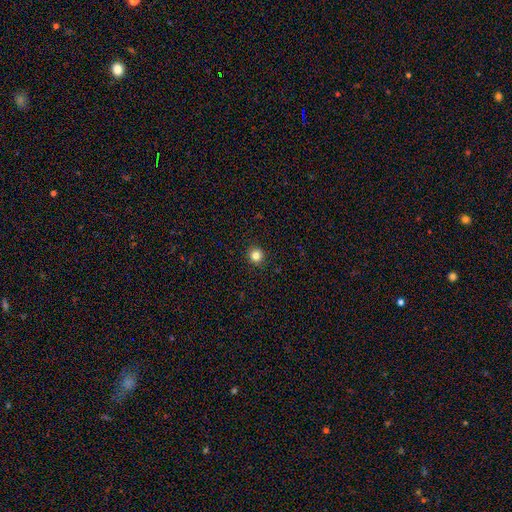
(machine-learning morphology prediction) A smooth galaxy with no disk features (82%) that is round (94%).

Vote fractions:
- Smooth or featured? smooth: 82% / star or artifact: 12% / featured or disk: 5%
- How rounded? round: 94% / in between: 5% / cigar-shaped: 1%
- Merging? none: 93% / minor disturbance: 5% / major disturbance: 2% / merger: 1%